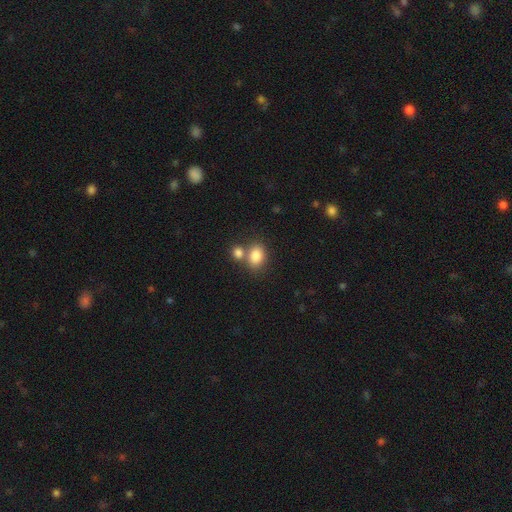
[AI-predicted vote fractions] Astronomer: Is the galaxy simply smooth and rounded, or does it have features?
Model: smooth — 83%.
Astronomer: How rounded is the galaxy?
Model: in between — 58% (runner-up: round, 41%).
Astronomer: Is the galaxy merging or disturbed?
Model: none — 51% (runner-up: merger, 35%).